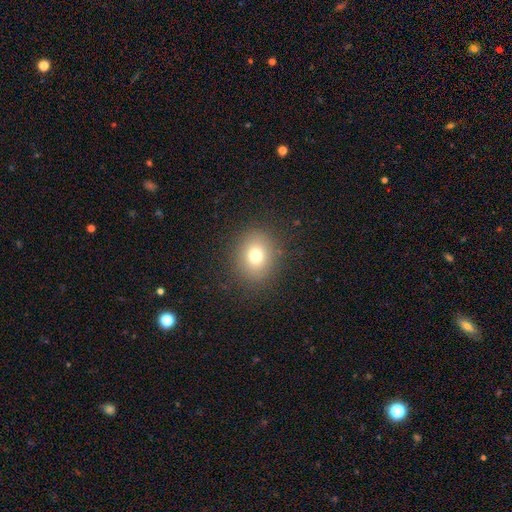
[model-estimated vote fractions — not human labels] The model was most divided on "how rounded": round: 74%, in between: 25%, cigar-shaped: 1%. More confident: merging — none (87%); smooth or featured — smooth (74%).